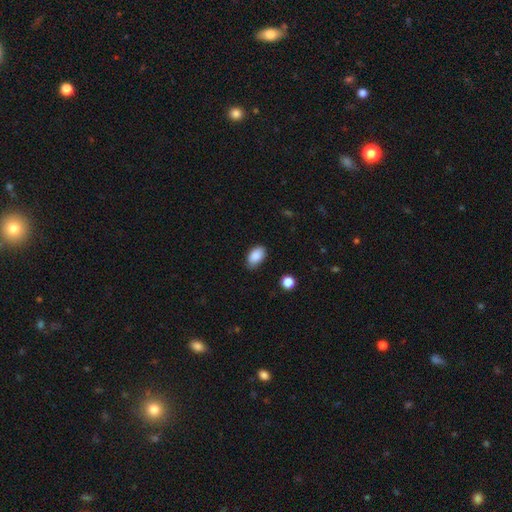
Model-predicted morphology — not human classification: This appears to be a smooth galaxy with no disk features (89%) that is in between round and cigar-shaped (91%). Merging: none (81%).